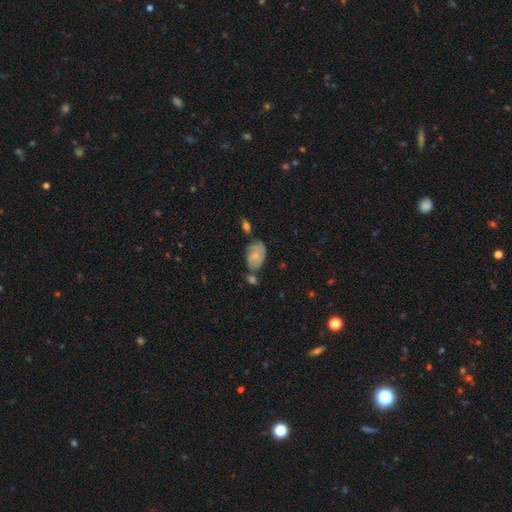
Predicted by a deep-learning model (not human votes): The model was most divided on "smooth or featured" (2-way tie): featured or disk: 46%, smooth: 46%, star or artifact: 8%. Remaining: merging — none (44%).